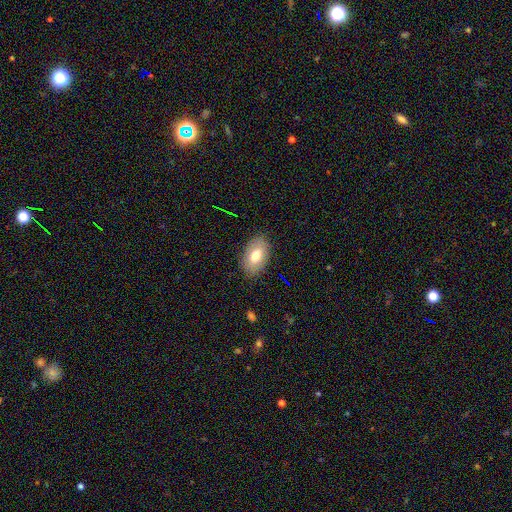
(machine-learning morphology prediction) smooth 70%, featured or disk 22%, star or artifact 8%. Down the decision tree: how rounded — in between (91%); merging — none (84%).